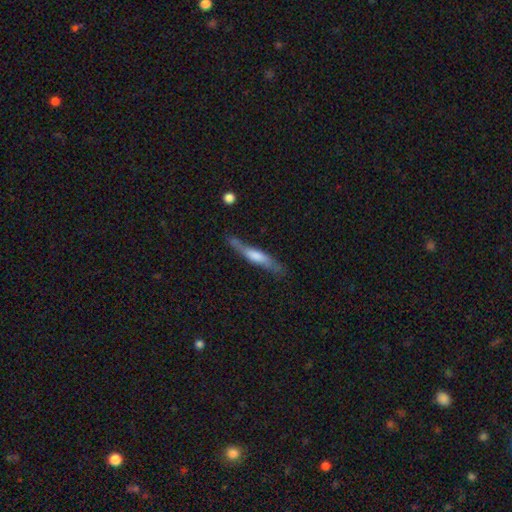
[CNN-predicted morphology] Smooth or featured: featured or disk — 50% (smooth — 44%)
Merging: none — 68% (minor disturbance — 22%)